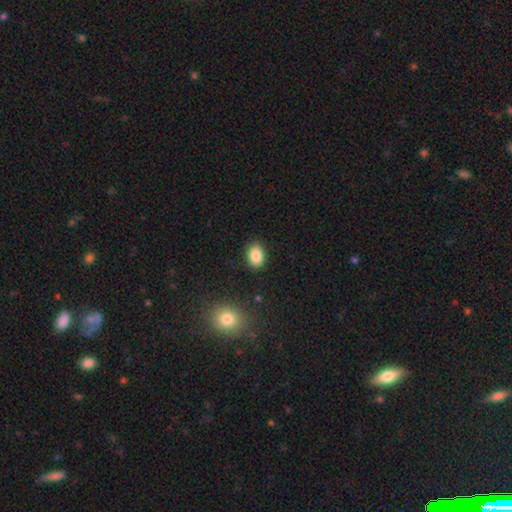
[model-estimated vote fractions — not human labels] This is clearly a smooth galaxy (86%). How rounded: likely in between (73%). Merging: clearly none (88%).